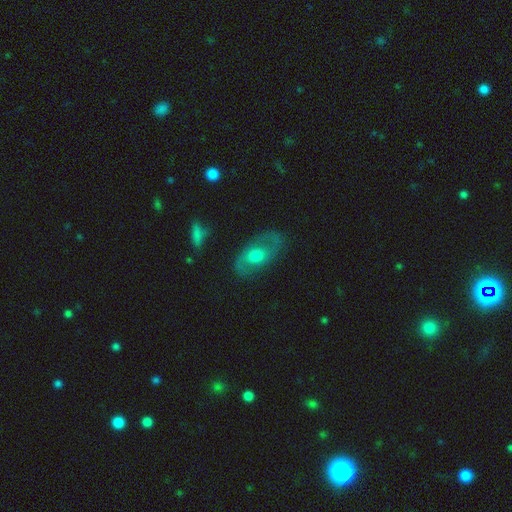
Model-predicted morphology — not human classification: smooth_or_featured: featured or disk (p=0.65) [alt: smooth p=0.28]
disk_edge_on: no (p=0.91) [alt: yes p=0.09]
bar: no (p=0.69) [alt: weak p=0.26]
has_spiral_arms: yes (p=0.66) [alt: no p=0.34]
bulge_size: moderate (p=0.61) [alt: large p=0.25]
merging: none (p=0.75) [alt: minor disturbance p=0.16]